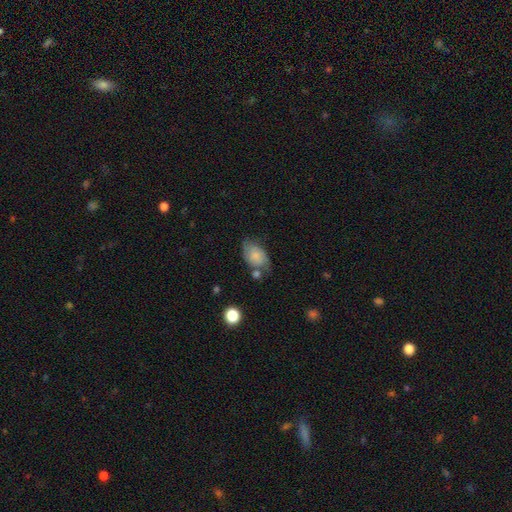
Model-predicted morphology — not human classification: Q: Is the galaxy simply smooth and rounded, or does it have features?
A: smooth — 71%.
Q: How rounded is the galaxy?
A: in between — 87%.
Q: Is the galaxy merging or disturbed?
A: none — 50%.